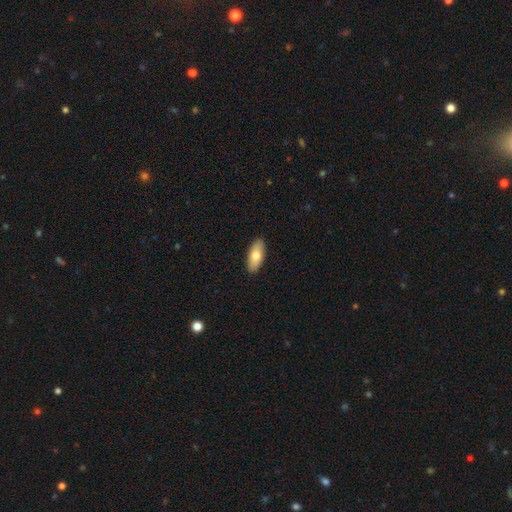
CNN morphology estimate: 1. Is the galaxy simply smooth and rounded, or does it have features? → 77% smooth, 17% featured or disk, 6% star or artifact.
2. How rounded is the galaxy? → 84% in between, 14% cigar-shaped, 2% round.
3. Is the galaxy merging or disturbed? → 90% none, 7% minor disturbance, 2% major disturbance, 1% merger.